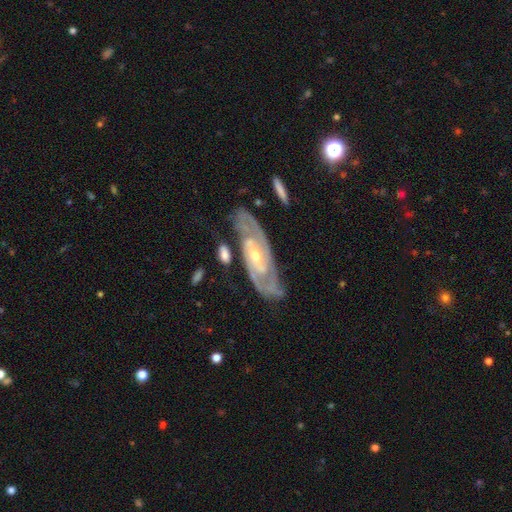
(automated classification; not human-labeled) Morphology: type=featured or disk (89%); edge-on=no (90%); bar=no (52%); spiral arms=yes (96%); winding=tight (64%); arm count=2 (65%); bulge=small (50%); merging=none (75%).